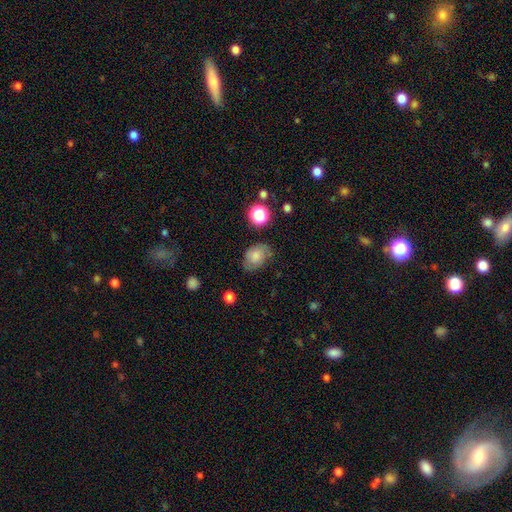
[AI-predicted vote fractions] A smooth galaxy with no disk features (74%) that is in between round and cigar-shaped (73%). Merging: none (66%).